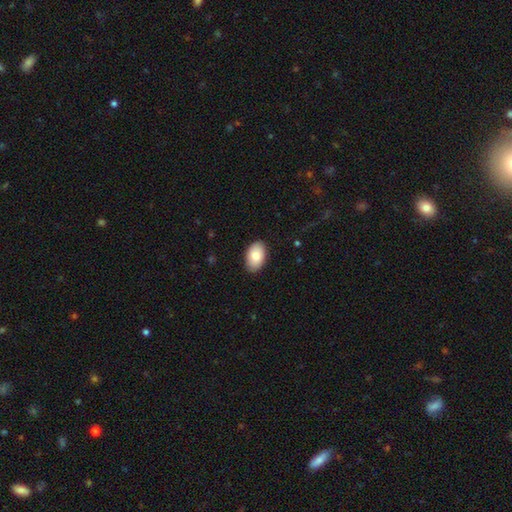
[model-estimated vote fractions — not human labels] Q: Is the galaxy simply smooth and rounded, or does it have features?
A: smooth — 83%.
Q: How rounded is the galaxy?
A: in between — 93%.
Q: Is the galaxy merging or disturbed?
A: none — 88%.